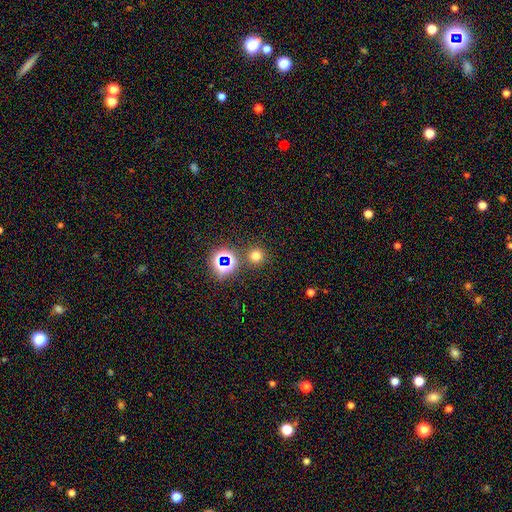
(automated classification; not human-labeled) Smooth or featured: smooth — 68% (star or artifact — 26%)
How rounded: round — 94% (in between — 5%)
Merging: none — 84% (merger — 6%)